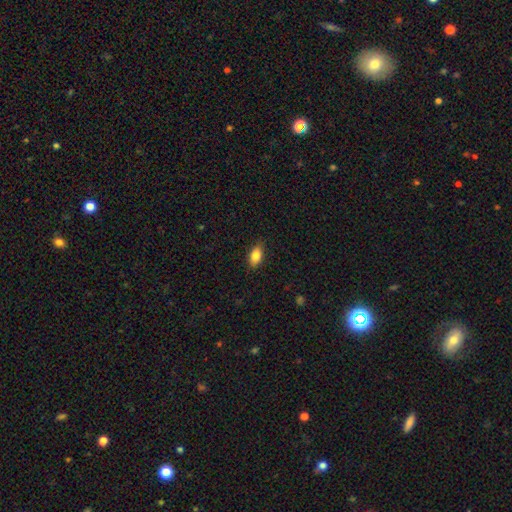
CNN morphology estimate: smooth_or_featured: smooth (p=0.85) [alt: star or artifact p=0.08]
how_rounded: in between (p=0.89) [alt: round p=0.06]
merging: none (p=0.86) [alt: minor disturbance p=0.11]